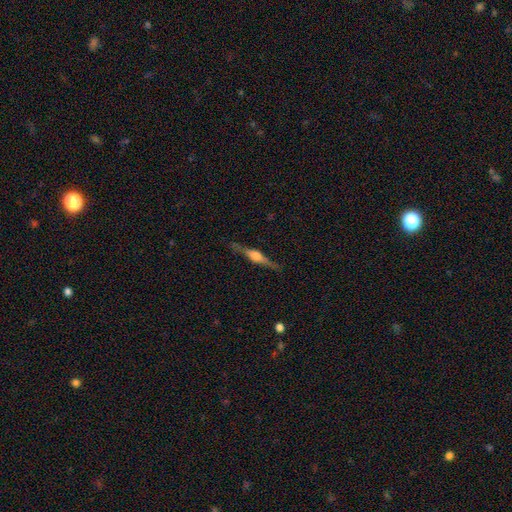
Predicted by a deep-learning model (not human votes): Smooth or featured?
  - featured or disk: 79% *
  - smooth: 15%
  - star or artifact: 6%
Edge-on disk?
  - yes: 98% *
  - no: 2%
Edge-on bulge?
  - rounded: 80% *
  - boxy: 17%
  - none: 3%
Merging?
  - none: 86% *
  - minor disturbance: 10%
  - major disturbance: 3%
  - merger: 1%